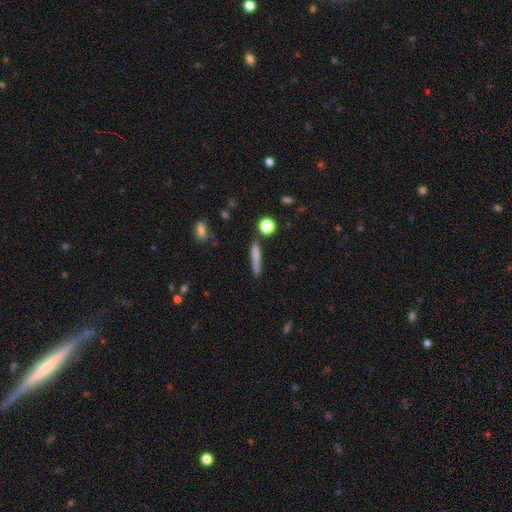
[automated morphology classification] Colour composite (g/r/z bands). It shows a smooth galaxy with no disk features (75%) that is cigar-shaped (90%). Merging: none (79%).